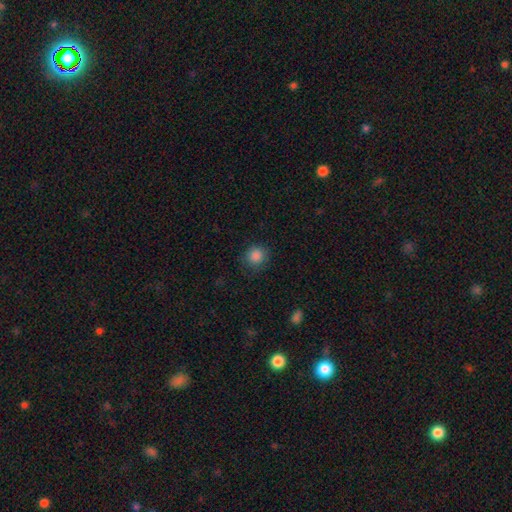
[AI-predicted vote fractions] Overall: smooth (86%). How rounded: round (87%). Merging: none (82%).